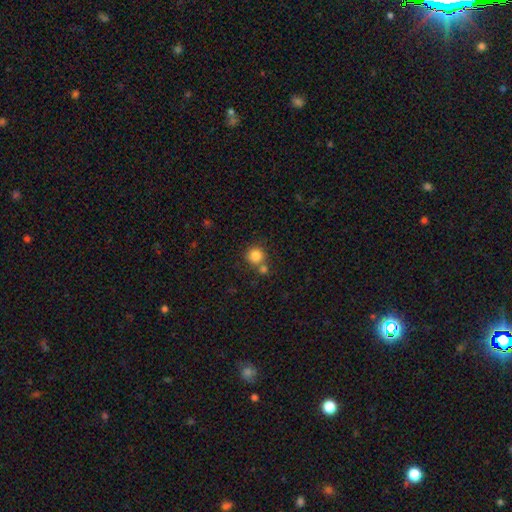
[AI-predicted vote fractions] Smooth or featured? Predicted: smooth (p=0.84). How rounded? Predicted: round (p=0.92). Merging? Predicted: none (p=0.64).